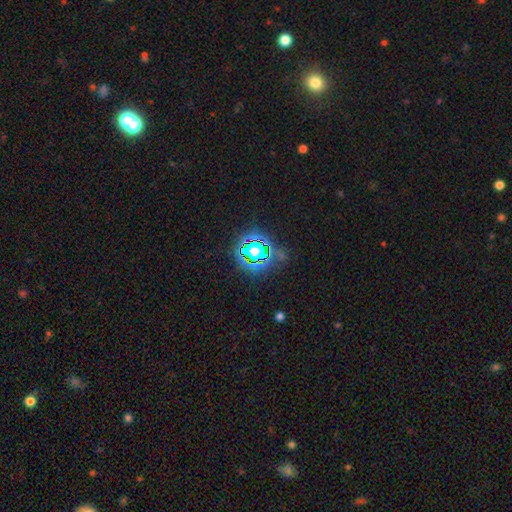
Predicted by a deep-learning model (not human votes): Morphology: type=star or artifact (80%).